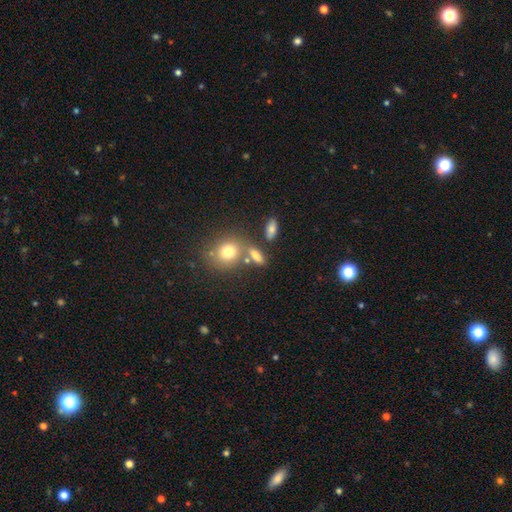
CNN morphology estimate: Q: Smooth or featured?
A: smooth (75%); runner-up: star or artifact (14%)
Q: How rounded?
A: in between (56%); runner-up: round (33%)
Q: Merging?
A: none (61%); runner-up: merger (21%)